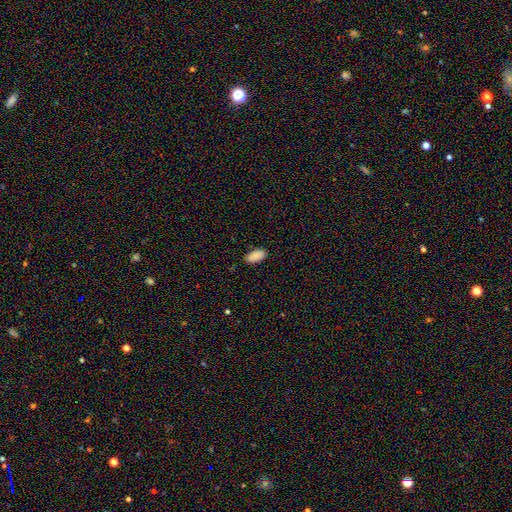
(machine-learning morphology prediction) Smooth or featured? smooth (89%)
How rounded? in between (94%)
Merging? none (86%)